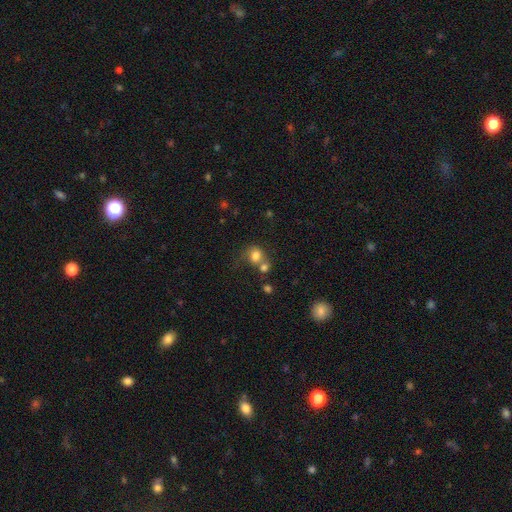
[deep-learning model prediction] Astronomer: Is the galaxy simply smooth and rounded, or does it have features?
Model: smooth — 78%.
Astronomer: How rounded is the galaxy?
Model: round — 66%.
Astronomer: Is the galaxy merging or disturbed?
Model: merger — 44% (runner-up: none, 37%).